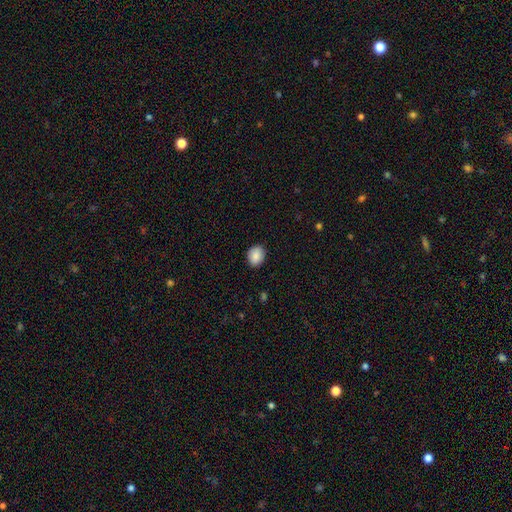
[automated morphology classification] This is clearly a smooth galaxy (88%). How rounded: possibly in between (55%). Merging: clearly none (89%).